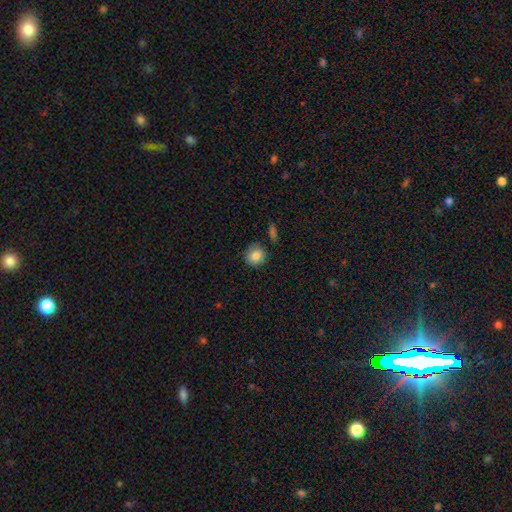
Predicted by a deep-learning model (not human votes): Overall: smooth (84%). How rounded: round (85%). Merging: none (81%).